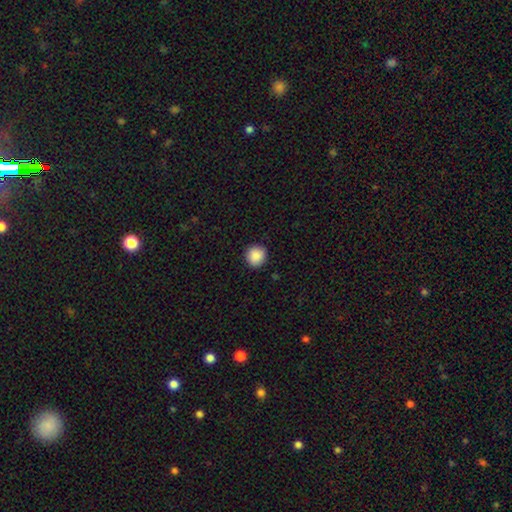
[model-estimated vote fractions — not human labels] smooth_or_featured: smooth (p=0.89) [alt: star or artifact p=0.08]
how_rounded: round (p=0.91) [alt: in between p=0.08]
merging: none (p=0.90) [alt: minor disturbance p=0.07]